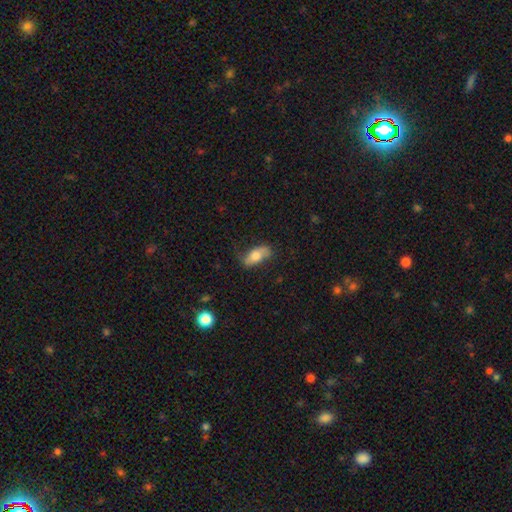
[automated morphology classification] Smooth or featured? smooth (63%)
How rounded? in between (82%)
Merging? none (70%)